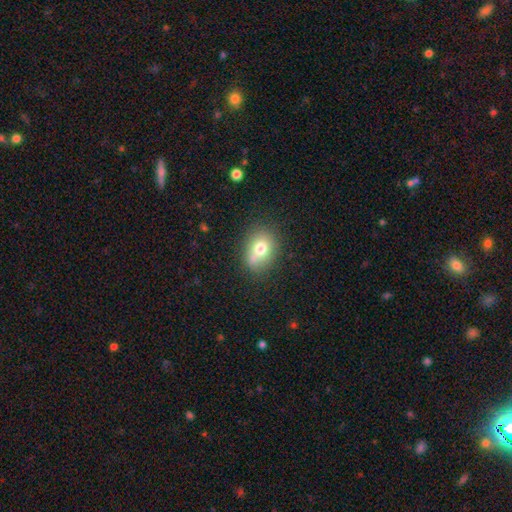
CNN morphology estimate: Overall: smooth (72%). How rounded: in between (53%; round 46%). Merging: none (59%; minor disturbance 19%).